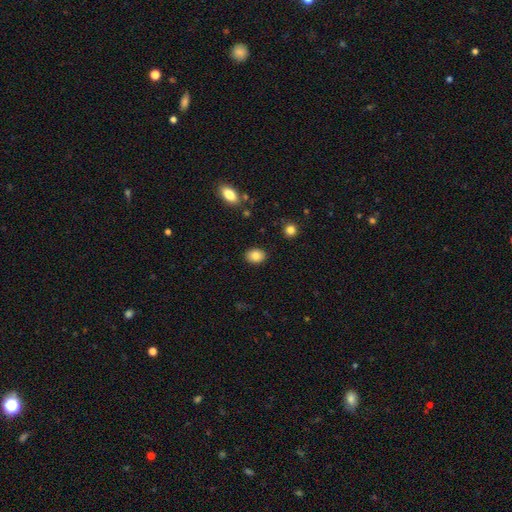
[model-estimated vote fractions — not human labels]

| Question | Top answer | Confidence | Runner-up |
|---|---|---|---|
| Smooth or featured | smooth | 86% | star or artifact (9%) |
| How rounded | in between | 62% | round (37%) |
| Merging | none | 89% | minor disturbance (8%) |